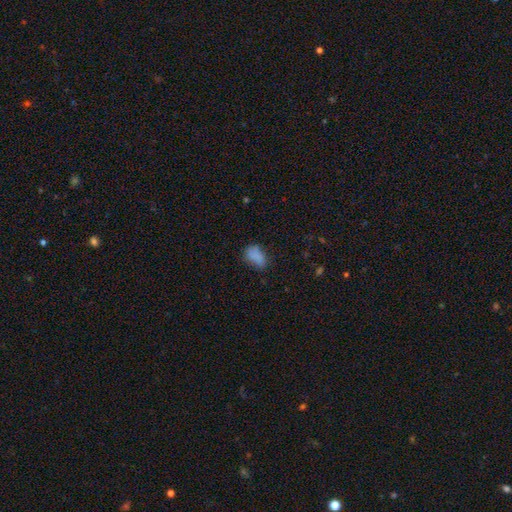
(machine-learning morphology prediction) Q: Smooth or featured?
A: smooth (79%); runner-up: star or artifact (12%)
Q: How rounded?
A: in between (85%); runner-up: round (12%)
Q: Merging?
A: none (52%); runner-up: minor disturbance (31%)